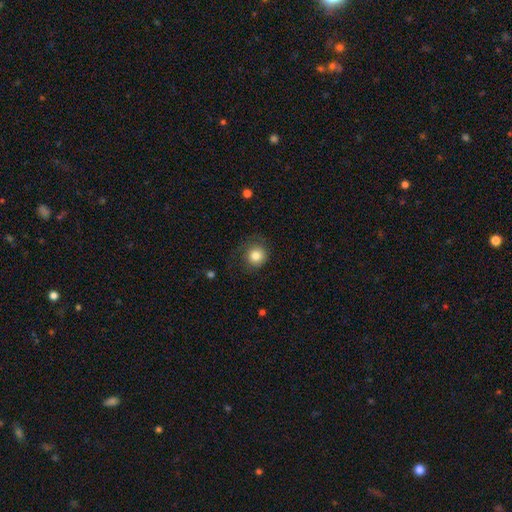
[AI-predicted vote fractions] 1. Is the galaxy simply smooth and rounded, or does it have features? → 82% smooth, 10% star or artifact, 8% featured or disk.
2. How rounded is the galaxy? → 92% round, 7% in between, 1% cigar-shaped.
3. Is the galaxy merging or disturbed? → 76% none, 15% minor disturbance, 8% major disturbance, 1% merger.